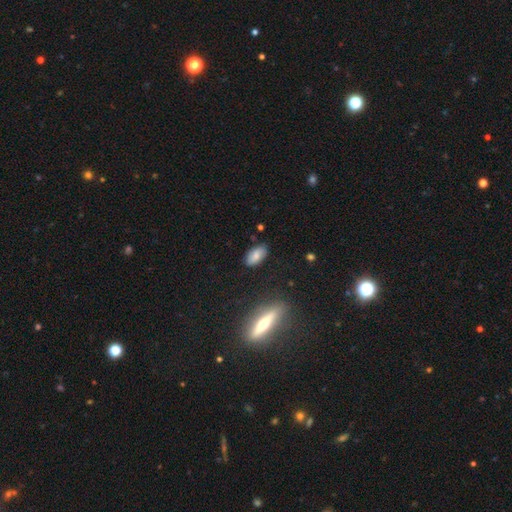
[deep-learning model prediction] The model was most divided on "smooth or featured": smooth: 77%, featured or disk: 15%, star or artifact: 8%. More confident: how rounded — in between (91%); merging — none (82%).